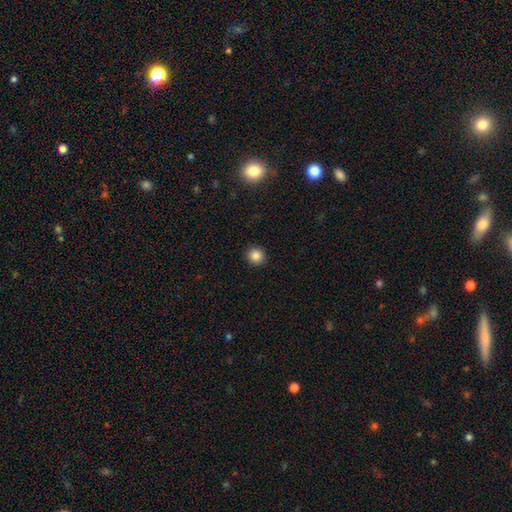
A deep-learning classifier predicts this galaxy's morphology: smooth_or_featured: smooth (p=0.85) [alt: star or artifact p=0.11]
how_rounded: round (p=0.93) [alt: in between p=0.06]
merging: none (p=0.92) [alt: minor disturbance p=0.05]